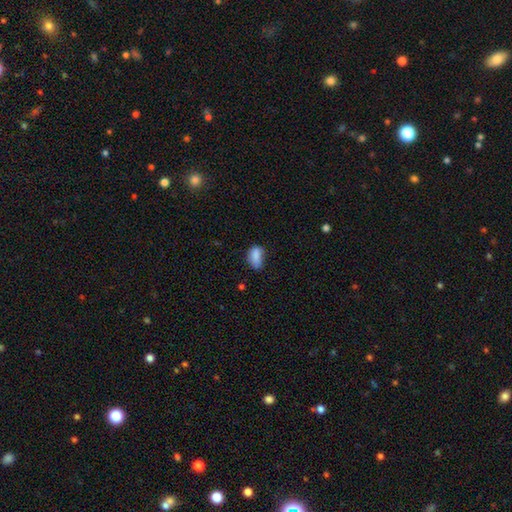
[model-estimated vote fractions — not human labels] This appears to be a smooth galaxy with no disk features (83%) that is in between round and cigar-shaped (88%). Merging: none (44%).